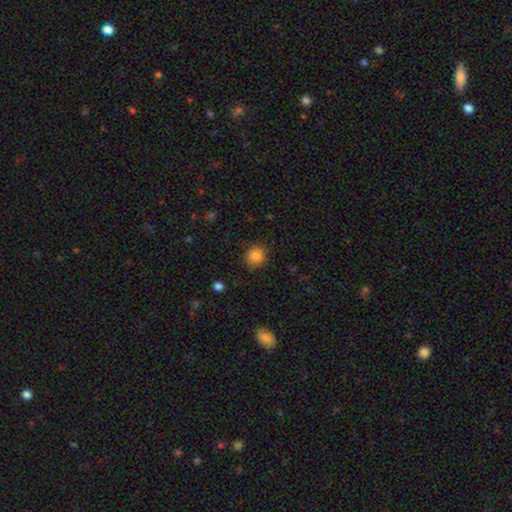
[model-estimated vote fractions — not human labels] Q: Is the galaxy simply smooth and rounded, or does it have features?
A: smooth — 84%.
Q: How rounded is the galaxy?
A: round — 81%.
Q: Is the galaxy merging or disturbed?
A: none — 86%.